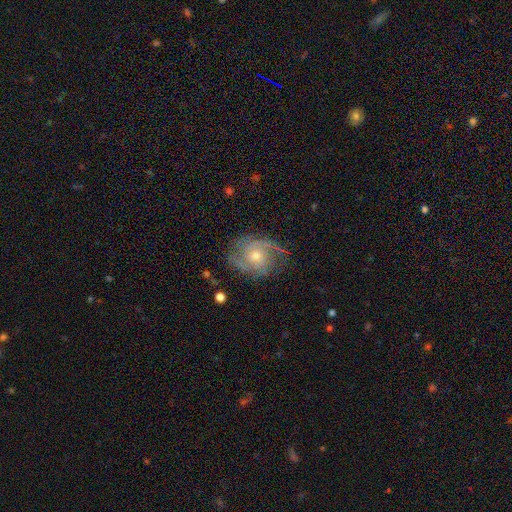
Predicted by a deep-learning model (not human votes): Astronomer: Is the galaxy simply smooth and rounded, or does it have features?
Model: featured or disk — 82%.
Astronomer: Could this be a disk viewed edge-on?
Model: no — 97%.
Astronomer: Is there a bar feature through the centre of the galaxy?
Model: no — 72%.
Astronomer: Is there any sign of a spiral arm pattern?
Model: yes — 94%.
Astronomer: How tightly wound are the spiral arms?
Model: medium — 43%, tied with tight at 43%.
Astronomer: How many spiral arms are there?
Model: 2 — 45% (runner-up: 3, 21%).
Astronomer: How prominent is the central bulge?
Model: moderate — 60%.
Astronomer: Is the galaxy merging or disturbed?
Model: none — 73%.